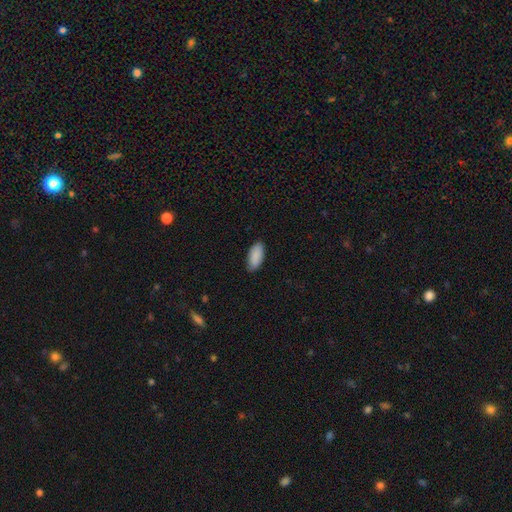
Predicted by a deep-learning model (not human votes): Smooth or featured: smooth — 91% (star or artifact — 6%)
How rounded: in between — 91% (cigar-shaped — 7%)
Merging: none — 86% (minor disturbance — 11%)